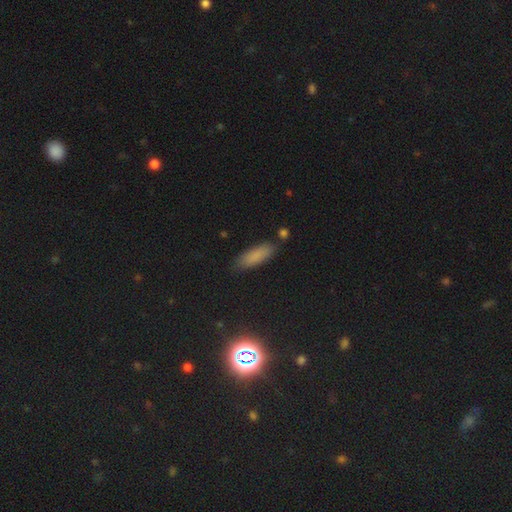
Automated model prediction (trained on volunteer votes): A smooth galaxy with no disk features (81%) that is in between round and cigar-shaped (50%).

Vote fractions:
- Smooth or featured? smooth: 81% / star or artifact: 12% / featured or disk: 8%
- How rounded? in between: 50% / cigar-shaped: 48% / round: 2%
- Merging? none: 82% / minor disturbance: 12% / major disturbance: 3% / merger: 3%